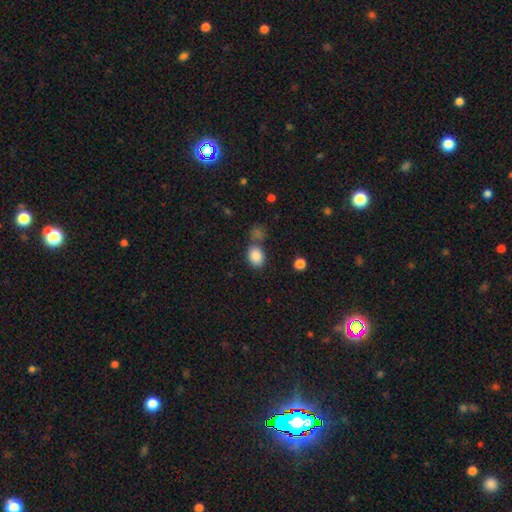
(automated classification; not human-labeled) Smooth or featured? Predicted: smooth (p=0.86). How rounded? Predicted: in between (p=0.61). Merging? Predicted: none (p=0.59).